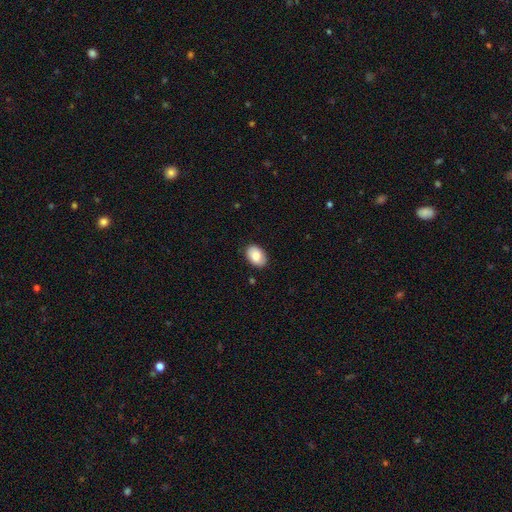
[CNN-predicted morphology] A smooth galaxy with no disk features (83%) that is in between round and cigar-shaped (85%).

Vote fractions:
- Smooth or featured? smooth: 83% / featured or disk: 10% / star or artifact: 7%
- How rounded? in between: 85% / round: 13% / cigar-shaped: 1%
- Merging? none: 87% / minor disturbance: 10% / major disturbance: 2% / merger: 1%